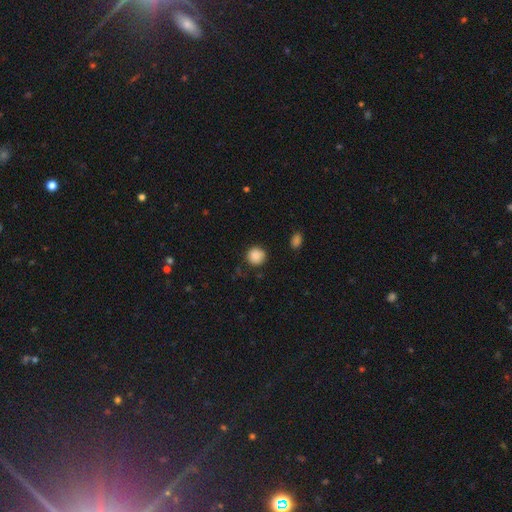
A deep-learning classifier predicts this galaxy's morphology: Q: Smooth or featured?
A: smooth (87%); runner-up: star or artifact (9%)
Q: How rounded?
A: round (93%); runner-up: in between (6%)
Q: Merging?
A: none (87%); runner-up: minor disturbance (9%)